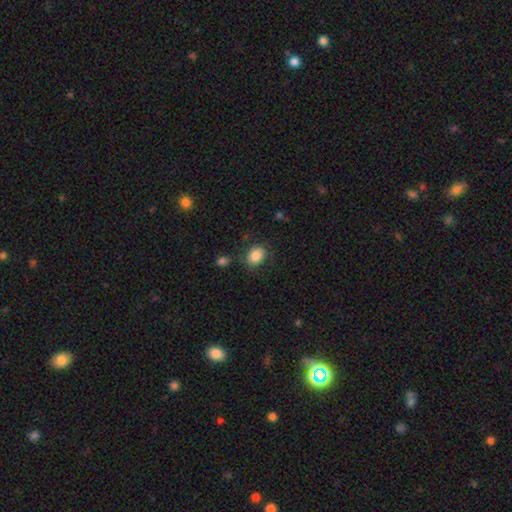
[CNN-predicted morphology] Q: Smooth or featured?
A: smooth (85%); runner-up: star or artifact (8%)
Q: How rounded?
A: in between (62%); runner-up: round (37%)
Q: Merging?
A: none (77%); runner-up: minor disturbance (15%)